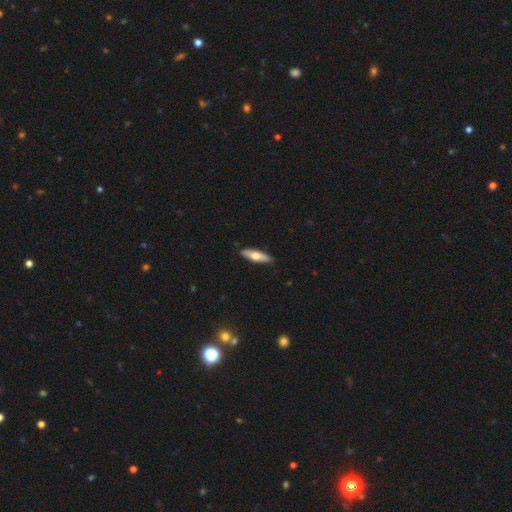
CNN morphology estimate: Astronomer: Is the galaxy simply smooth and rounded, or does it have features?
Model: smooth — 63%.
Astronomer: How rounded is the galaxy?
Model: cigar-shaped — 57% (runner-up: in between, 41%).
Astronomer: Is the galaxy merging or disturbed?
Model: none — 88%.